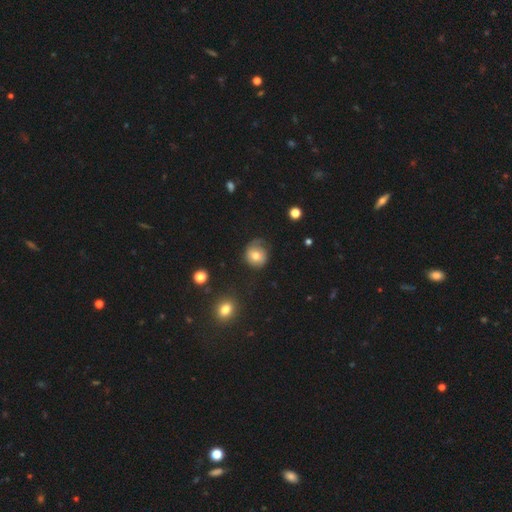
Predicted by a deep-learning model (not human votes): Smooth or featured: smooth — 62% (featured or disk — 29%)
How rounded: round — 80% (in between — 19%)
Merging: none — 54% (minor disturbance — 29%)